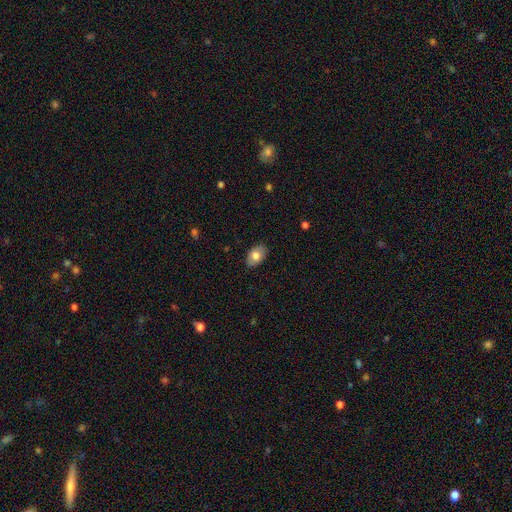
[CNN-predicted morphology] smooth 75%, featured or disk 18%, star or artifact 7%. Down the decision tree: how rounded — in between (89%); merging — none (86%).